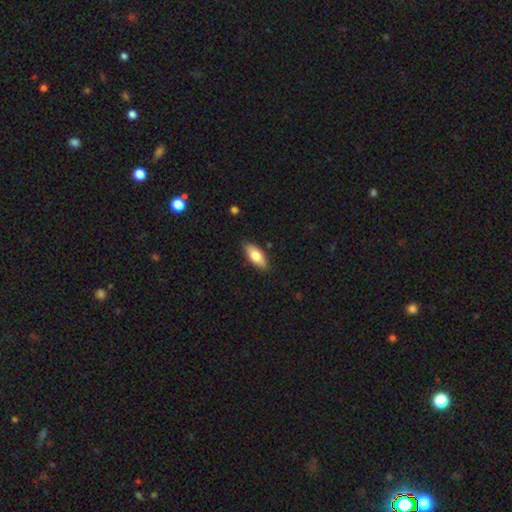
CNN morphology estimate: type=smooth (76%); roundness=in between (84%); merging=none (86%).